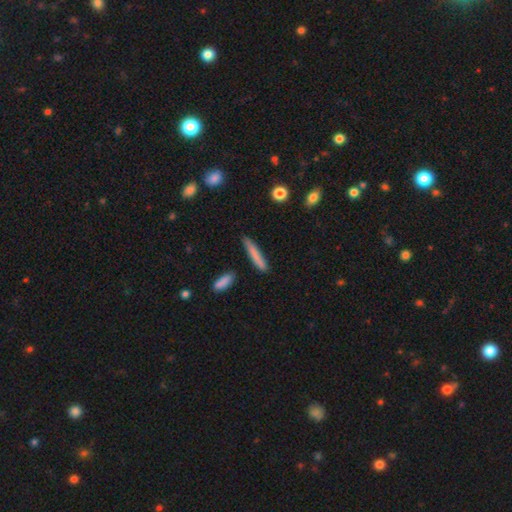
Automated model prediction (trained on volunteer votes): This appears to be a smooth galaxy with no disk features (77%) that is cigar-shaped (93%). Merging: none (85%).